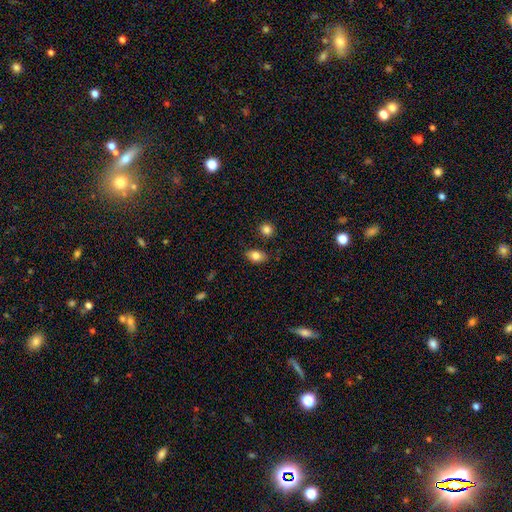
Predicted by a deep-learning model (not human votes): Smooth or featured? Predicted: smooth (p=0.83). How rounded? Predicted: in between (p=0.81). Merging? Predicted: none (p=0.79).